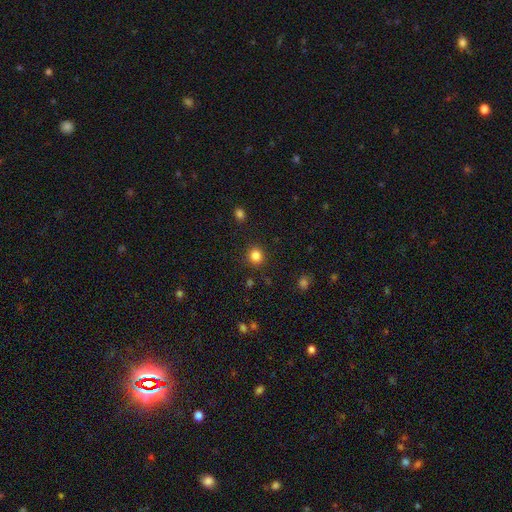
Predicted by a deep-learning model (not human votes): Smooth or featured? smooth (84%)
How rounded? round (86%)
Merging? none (89%)